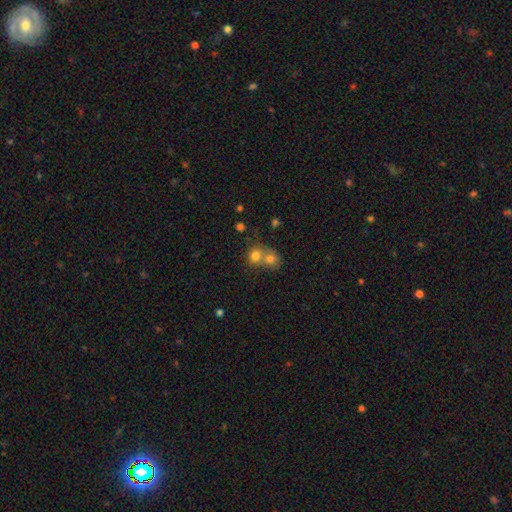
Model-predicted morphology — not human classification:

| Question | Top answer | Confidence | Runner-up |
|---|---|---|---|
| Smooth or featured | smooth | 77% | star or artifact (12%) |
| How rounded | round | 74% | in between (25%) |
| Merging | merger | 63% | none (29%) |